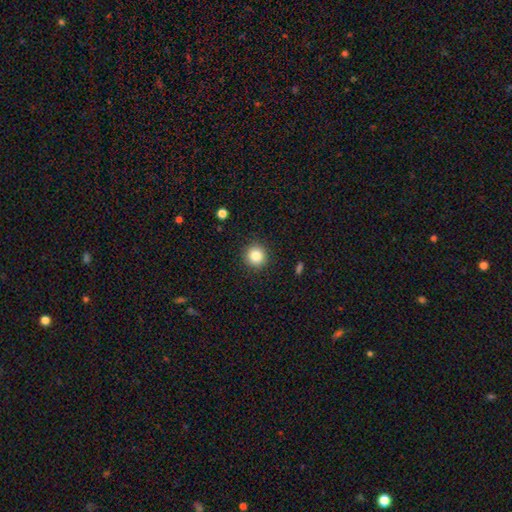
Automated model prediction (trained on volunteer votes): smooth 83%, star or artifact 10%, featured or disk 6%. Down the decision tree: how rounded — round (93%); merging — none (91%).